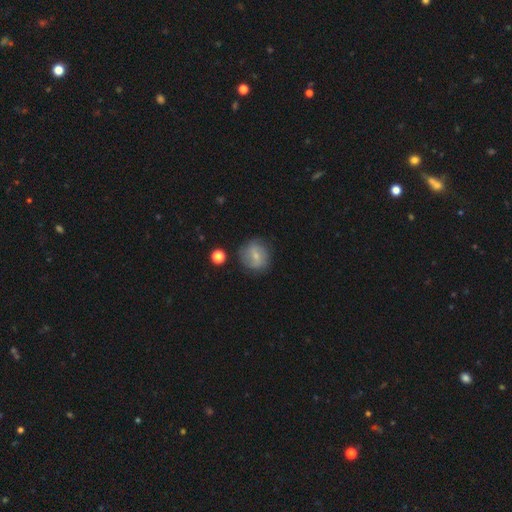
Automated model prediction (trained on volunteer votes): Morphology: type=smooth (50%); roundness=round (81%); merging=none (77%).